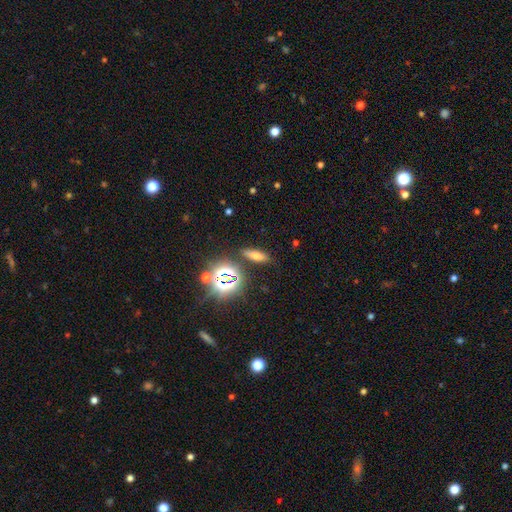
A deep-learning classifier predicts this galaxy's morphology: Smooth or featured?
  - smooth: 59% *
  - star or artifact: 27%
  - featured or disk: 13%
How rounded?
  - cigar-shaped: 46% * (tied)
  - in between: 46% * (tied)
  - round: 8%
Merging?
  - none: 84% *
  - minor disturbance: 9%
  - merger: 3%
  - major disturbance: 3%